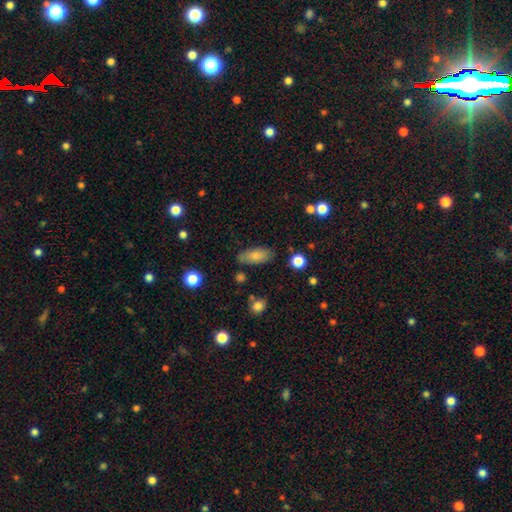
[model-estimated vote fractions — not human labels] Q: Smooth or featured?
A: smooth (79%); runner-up: featured or disk (13%)
Q: How rounded?
A: in between (84%); runner-up: cigar-shaped (13%)
Q: Merging?
A: none (78%); runner-up: minor disturbance (15%)